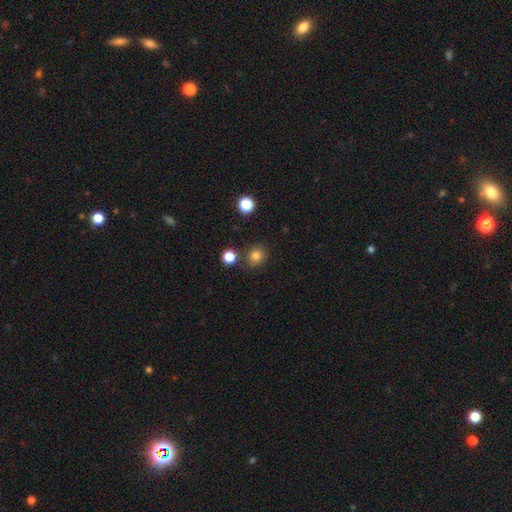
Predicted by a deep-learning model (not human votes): Morphology: type=smooth (80%); roundness=round (80%); merging=none (78%).